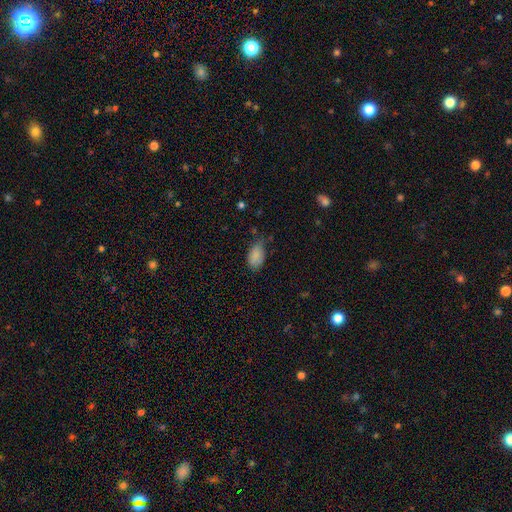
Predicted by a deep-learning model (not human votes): smooth 85%, star or artifact 8%, featured or disk 7%. Down the decision tree: how rounded — in between (91%); merging — none (52%).